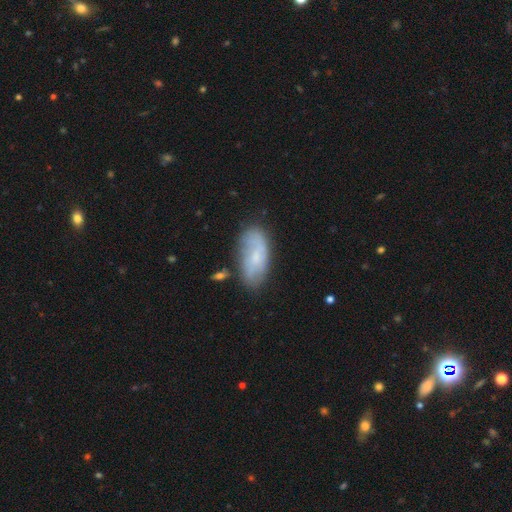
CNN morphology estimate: smooth-or-featured: smooth: 48% | featured or disk: 44% | star or artifact: 8%
  merging: none: 64% | minor disturbance: 24% | major disturbance: 7% | merger: 5%